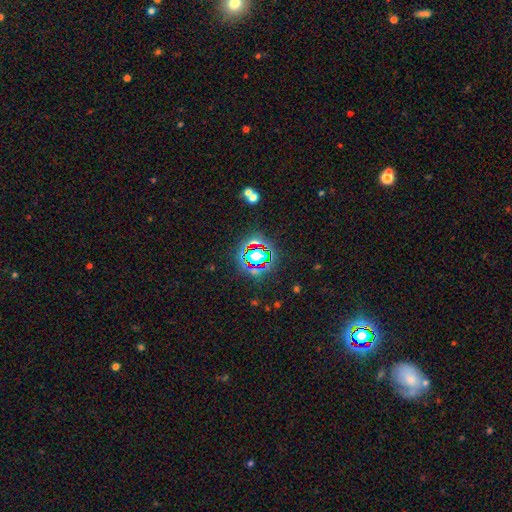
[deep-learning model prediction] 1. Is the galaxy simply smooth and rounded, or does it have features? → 67% star or artifact, 20% smooth, 13% featured or disk.